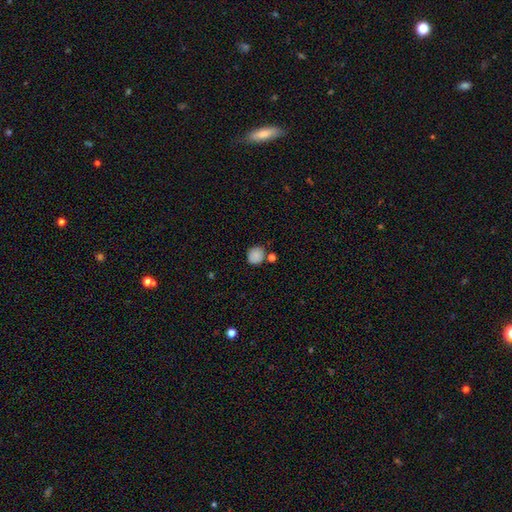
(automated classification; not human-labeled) Smooth or featured? Predicted: smooth (p=0.86). How rounded? Predicted: round (p=0.84). Merging? Predicted: none (p=0.71).